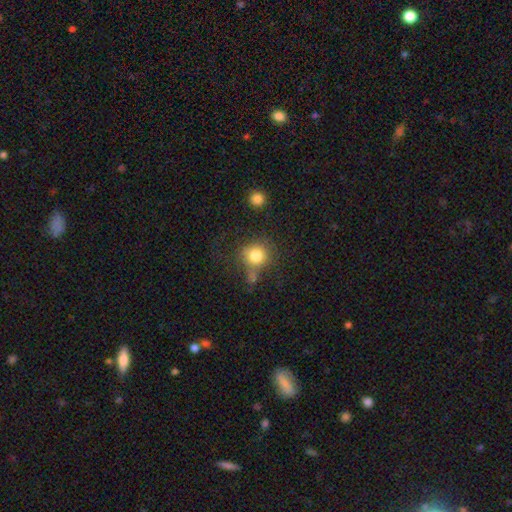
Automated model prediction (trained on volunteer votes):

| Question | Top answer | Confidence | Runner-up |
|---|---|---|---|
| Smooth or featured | smooth | 80% | star or artifact (11%) |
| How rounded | round | 86% | in between (13%) |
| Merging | none | 58% | minor disturbance (19%) |